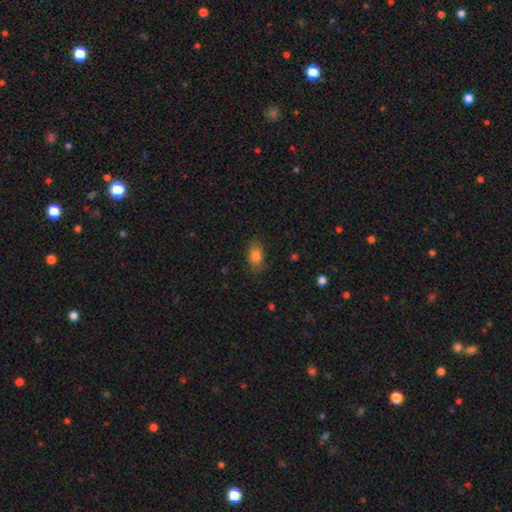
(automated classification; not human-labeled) This is clearly a smooth galaxy (83%). How rounded: clearly in between (88%). Merging: likely none (76%).